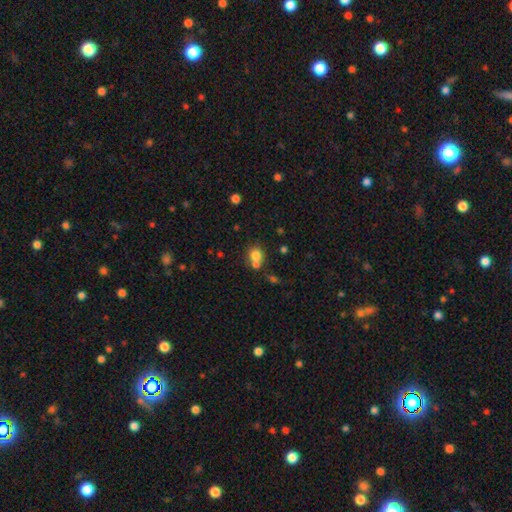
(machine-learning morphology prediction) smooth-or-featured: smooth: 76% | star or artifact: 12% | featured or disk: 12%
  how-rounded: round: 76% | in between: 23% | cigar-shaped: 1%
  merging: merger: 45% | none: 42% | minor disturbance: 9% | major disturbance: 4%